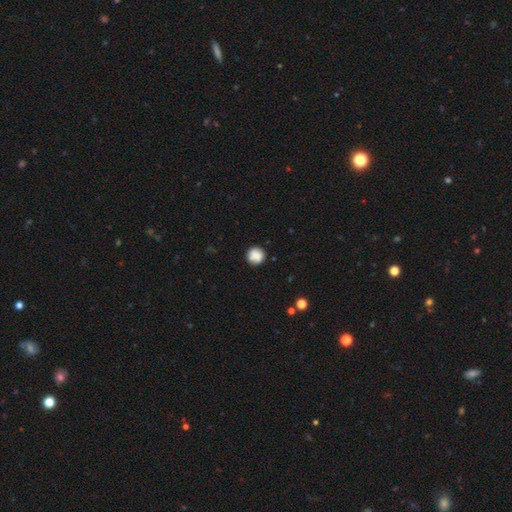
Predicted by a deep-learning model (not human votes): This is clearly a smooth galaxy (81%). How rounded: clearly round (92%). Merging: likely none (76%).